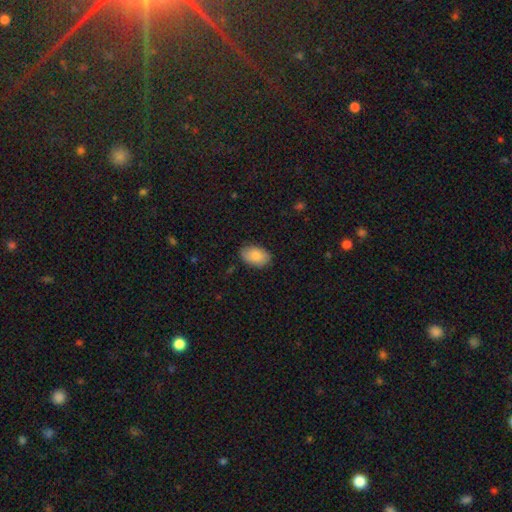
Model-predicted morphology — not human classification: Overall: smooth (85%). How rounded: in between (89%). Merging: none (84%).